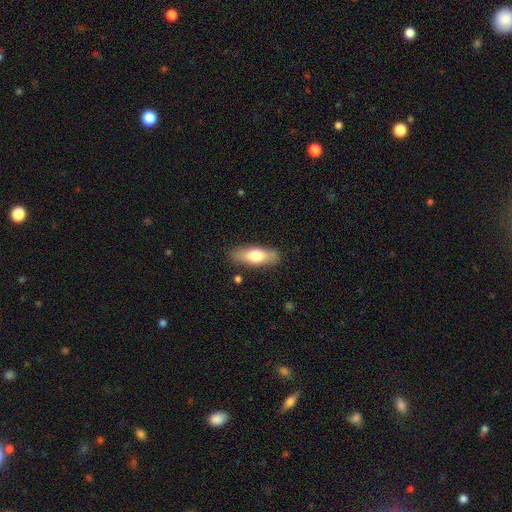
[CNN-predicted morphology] Smooth or featured?
  - smooth: 66% *
  - featured or disk: 28%
  - star or artifact: 6%
How rounded?
  - in between: 60% *
  - cigar-shaped: 37%
  - round: 3%
Merging?
  - none: 85% *
  - minor disturbance: 11%
  - major disturbance: 3%
  - merger: 2%